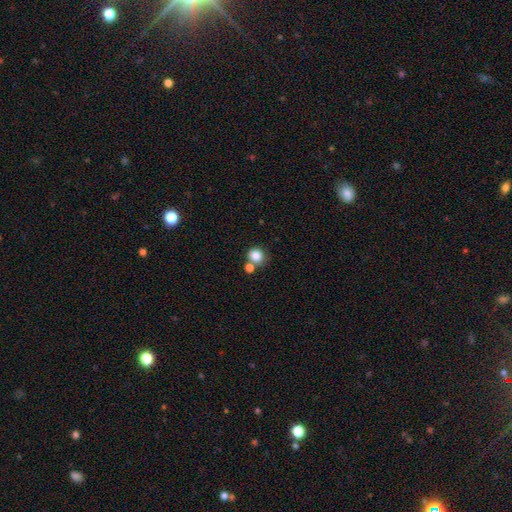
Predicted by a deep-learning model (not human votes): Smooth or featured: smooth — 83% (star or artifact — 11%)
How rounded: round — 86% (in between — 13%)
Merging: none — 60% (merger — 26%)